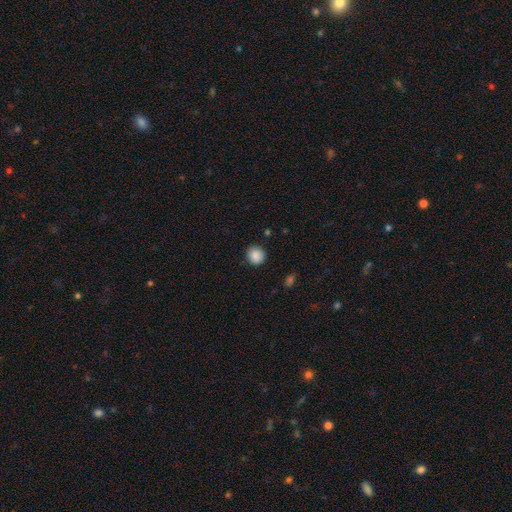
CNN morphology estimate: Smooth or featured? Predicted: smooth (p=0.88). How rounded? Predicted: round (p=0.92). Merging? Predicted: none (p=0.89).